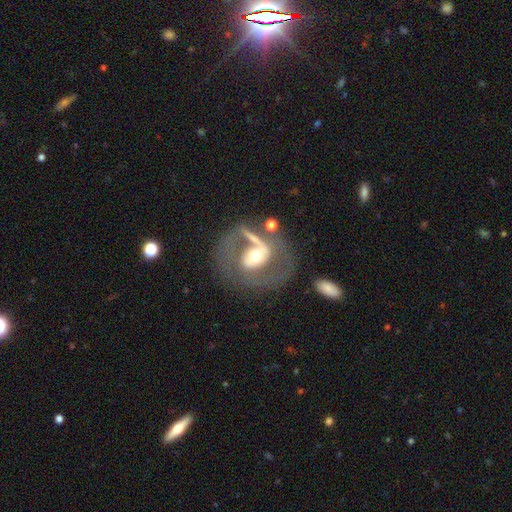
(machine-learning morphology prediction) Smooth or featured: featured or disk — 74% (smooth — 19%)
Edge-on disk: no — 95% (yes — 5%)
Bar: no — 42% (weak — 32%)
Spiral arms: yes — 71% (no — 29%)
Bulge size: moderate — 69% (small — 15%)
Merging: none — 43% (major disturbance — 26%)